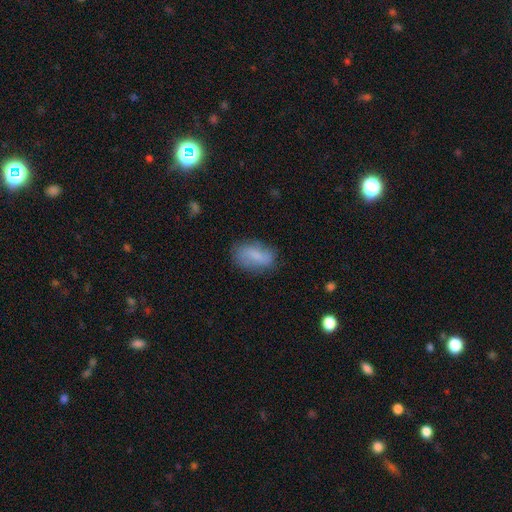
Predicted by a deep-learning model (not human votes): The model was most divided on "smooth or featured": smooth: 68%, featured or disk: 24%, star or artifact: 8%. More confident: how rounded — in between (89%); merging — none (69%).